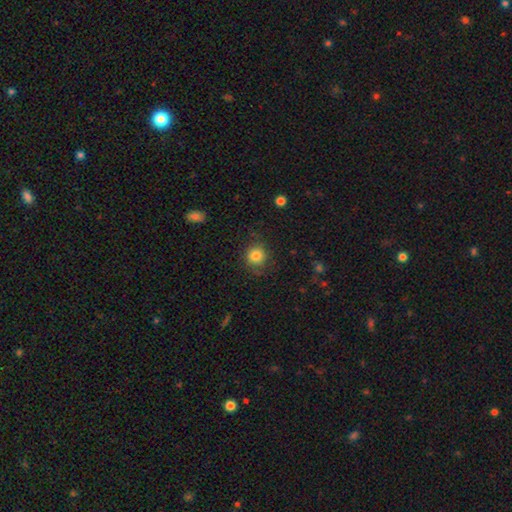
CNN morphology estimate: This appears to be a smooth galaxy with no disk features (84%) that is round (86%). Merging: none (82%).